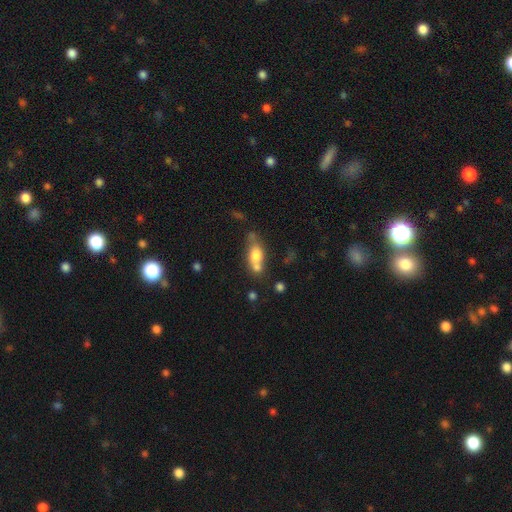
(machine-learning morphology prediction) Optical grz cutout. It shows a smooth galaxy with no disk features (68%) that is in between round and cigar-shaped (69%). Merging: merger (39%).